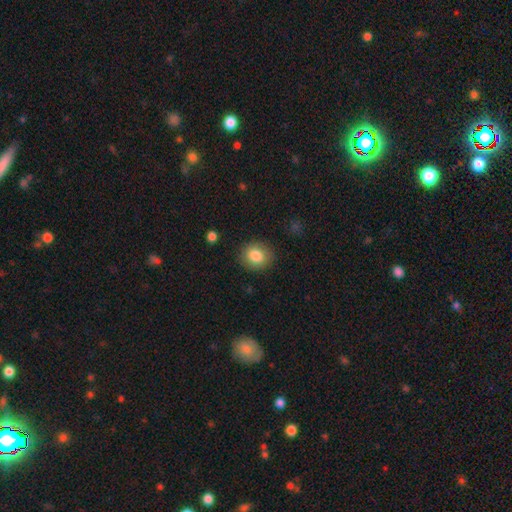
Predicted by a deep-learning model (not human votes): The model was most divided on "how rounded": round: 69%, in between: 31%, cigar-shaped: 1%. More confident: merging — none (86%); smooth or featured — smooth (84%).